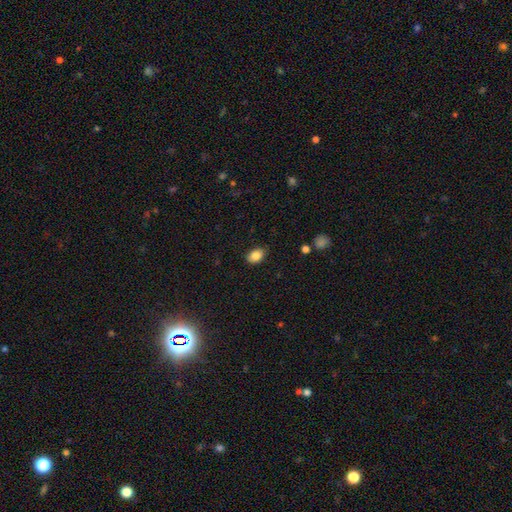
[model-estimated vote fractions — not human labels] Morphology: type=smooth (85%); roundness=in between (83%); merging=none (83%).